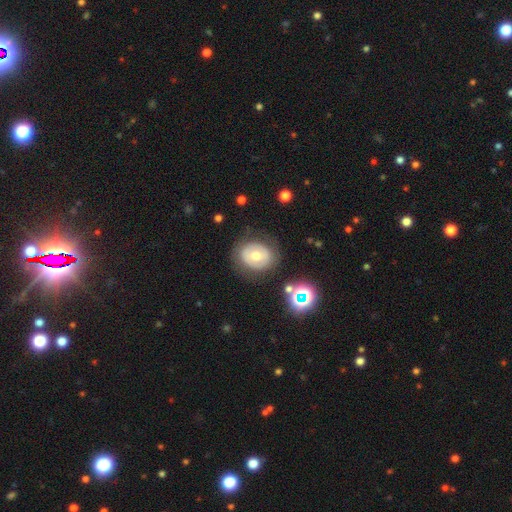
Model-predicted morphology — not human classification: Smooth or featured: smooth — 48% (featured or disk — 42%)
Merging: none — 78% (minor disturbance — 13%)